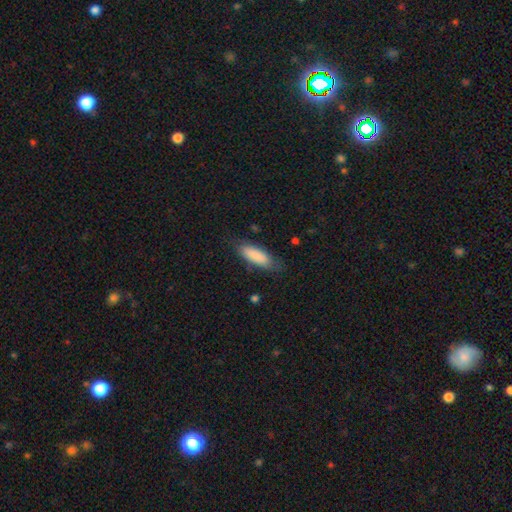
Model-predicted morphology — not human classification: Smooth or featured? Predicted: smooth (p=0.86). How rounded? Predicted: in between (p=0.64). Merging? Predicted: none (p=0.75).